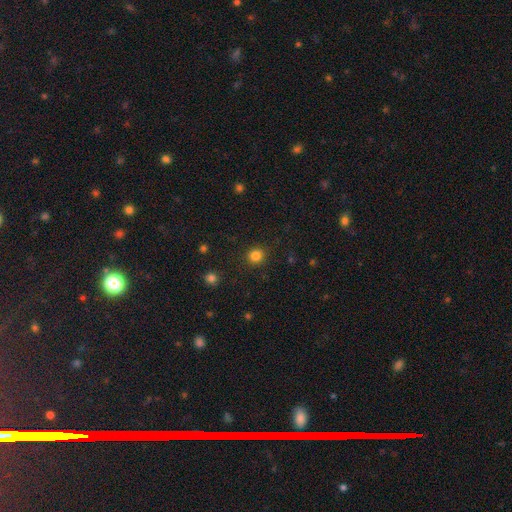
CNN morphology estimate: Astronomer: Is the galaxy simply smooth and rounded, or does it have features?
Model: smooth — 83%.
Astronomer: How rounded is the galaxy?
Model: round — 91%.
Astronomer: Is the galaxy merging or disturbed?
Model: none — 90%.